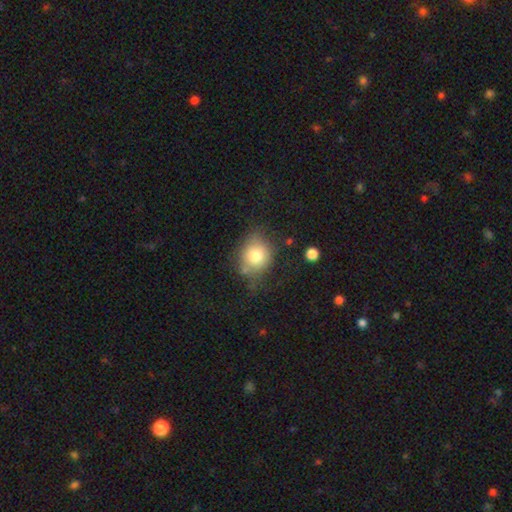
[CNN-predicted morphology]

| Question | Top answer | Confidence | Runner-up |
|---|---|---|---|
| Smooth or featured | smooth | 76% | featured or disk (14%) |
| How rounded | round | 65% | in between (34%) |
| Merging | none | 59% | minor disturbance (27%) |